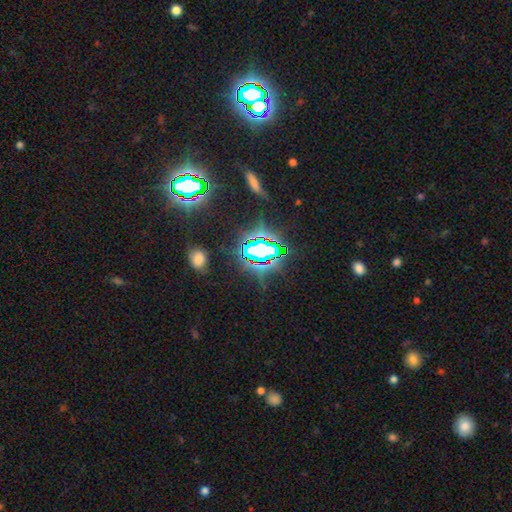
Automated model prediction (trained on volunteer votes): Smooth or featured: star or artifact — 77% (smooth — 12%)